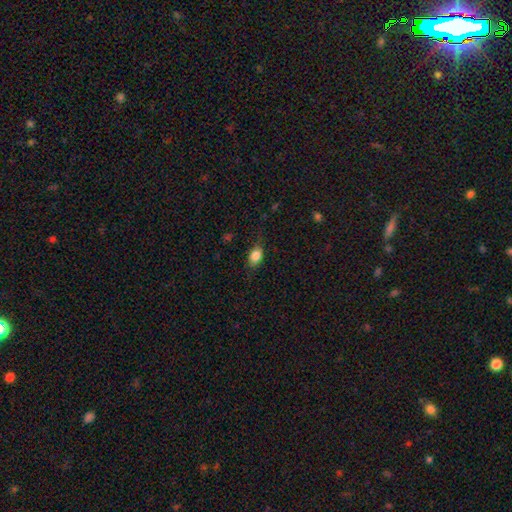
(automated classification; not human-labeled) Smooth or featured? smooth (83%)
How rounded? in between (79%)
Merging? none (72%)